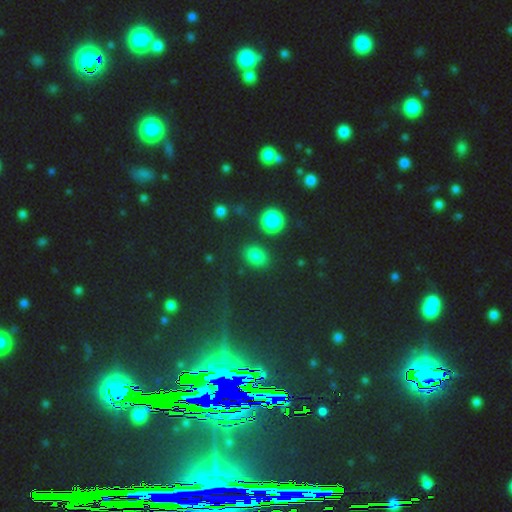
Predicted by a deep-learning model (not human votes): This is likely a smooth galaxy (78%). How rounded: likely in between (62%). Merging: clearly none (84%).